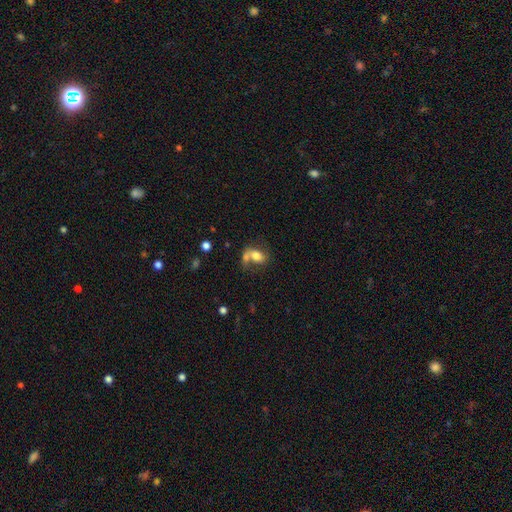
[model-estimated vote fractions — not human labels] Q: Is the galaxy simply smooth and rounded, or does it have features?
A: smooth — 68%.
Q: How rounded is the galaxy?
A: in between — 79%.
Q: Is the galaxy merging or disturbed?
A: merger — 48%.